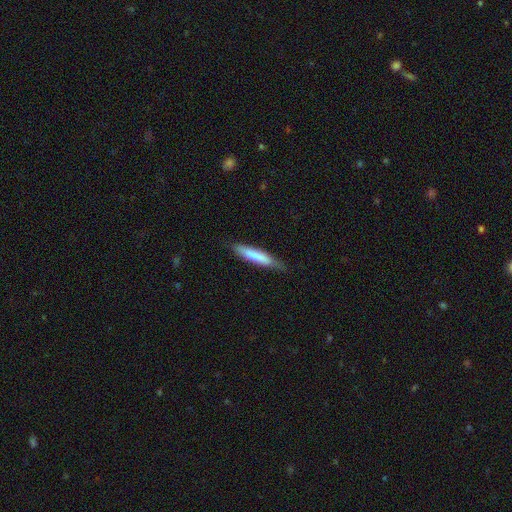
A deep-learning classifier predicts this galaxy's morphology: This appears to be a smooth galaxy with no disk features (74%) that is cigar-shaped (87%). Merging: none (76%).